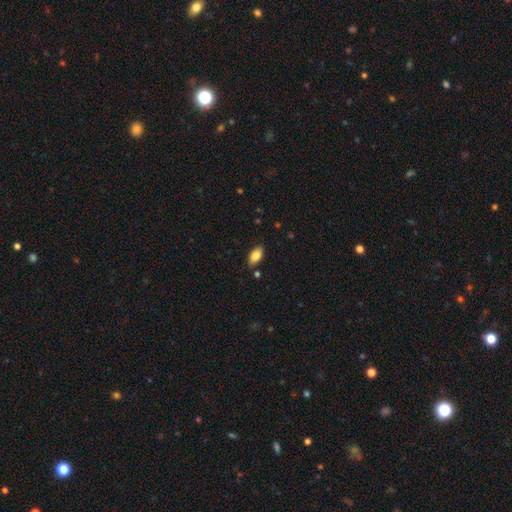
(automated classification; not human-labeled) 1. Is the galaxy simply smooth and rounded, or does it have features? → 81% smooth, 12% featured or disk, 7% star or artifact.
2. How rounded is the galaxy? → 92% in between, 5% cigar-shaped, 3% round.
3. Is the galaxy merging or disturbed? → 85% none, 11% minor disturbance, 2% major disturbance, 2% merger.